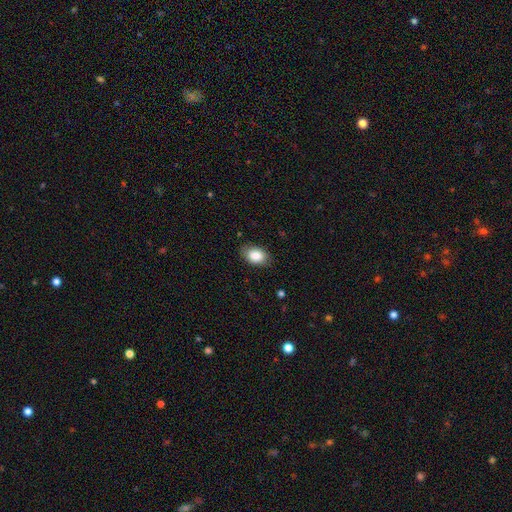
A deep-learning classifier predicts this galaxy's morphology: smooth 85%, star or artifact 8%, featured or disk 7%. Down the decision tree: how rounded — in between (83%); merging — none (82%).